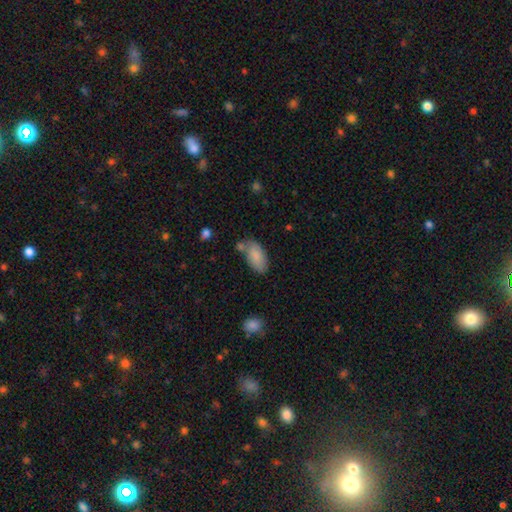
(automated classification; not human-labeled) This is clearly a smooth galaxy (85%). How rounded: clearly in between (95%). Merging: possibly none (59%).